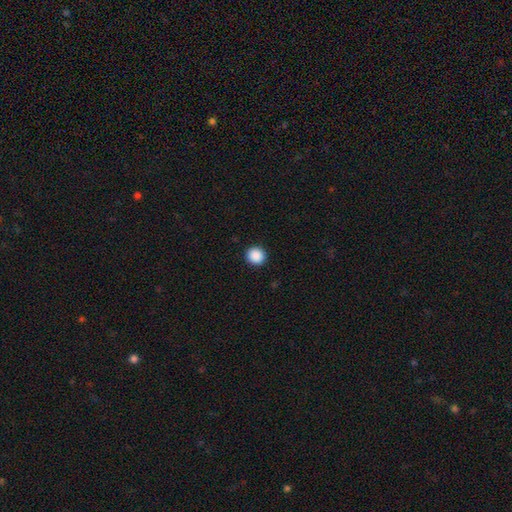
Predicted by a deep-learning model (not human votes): A smooth galaxy with no disk features (89%) that is round (92%).

Vote fractions:
- Smooth or featured? smooth: 89% / star or artifact: 9% / featured or disk: 2%
- How rounded? round: 92% / in between: 8% / cigar-shaped: 1%
- Merging? none: 93% / minor disturbance: 5% / major disturbance: 2% / merger: 1%